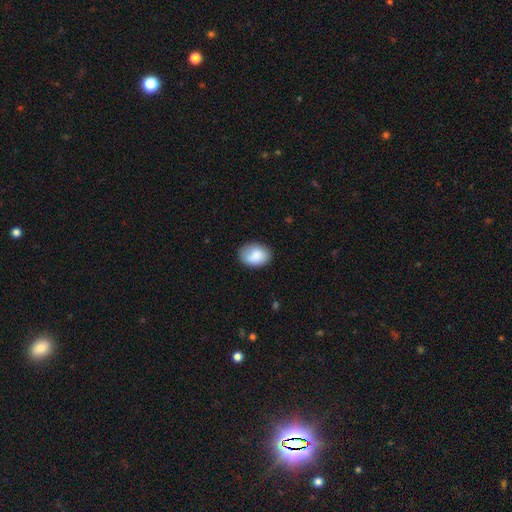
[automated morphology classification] smooth_or_featured: smooth (p=0.86) [alt: featured or disk p=0.07]
how_rounded: in between (p=0.76) [alt: round p=0.23]
merging: none (p=0.76) [alt: minor disturbance p=0.19]